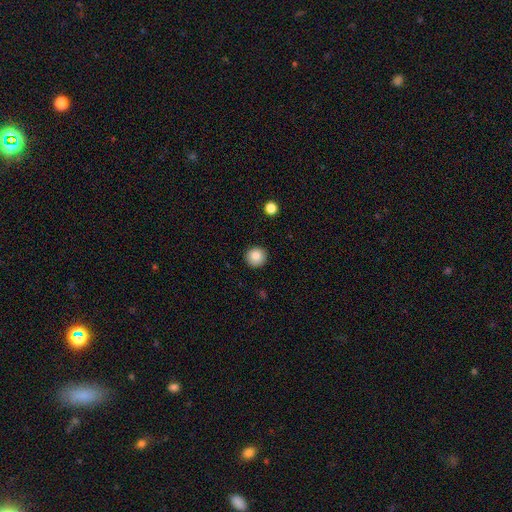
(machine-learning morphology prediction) Overall: smooth (85%). How rounded: round (94%). Merging: none (92%).